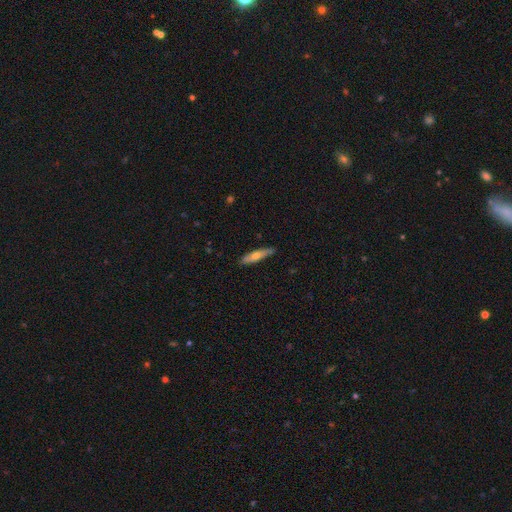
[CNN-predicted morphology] type=smooth (59%); roundness=cigar-shaped (82%); merging=none (84%).